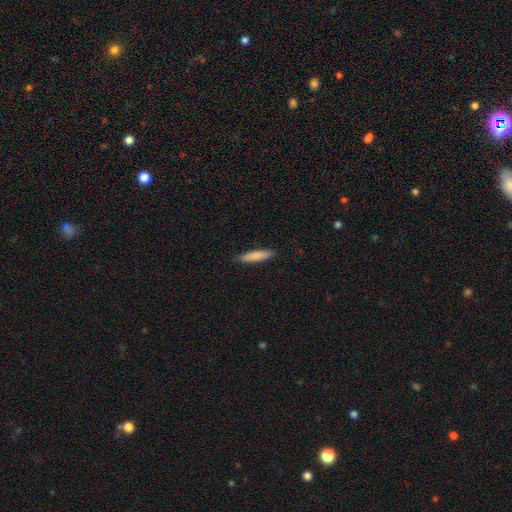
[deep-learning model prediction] Smooth or featured?
  - smooth: 82% *
  - featured or disk: 13%
  - star or artifact: 6%
How rounded?
  - cigar-shaped: 83% *
  - in between: 16%
  - round: 1%
Merging?
  - none: 89% *
  - minor disturbance: 9%
  - major disturbance: 2%
  - merger: 1%